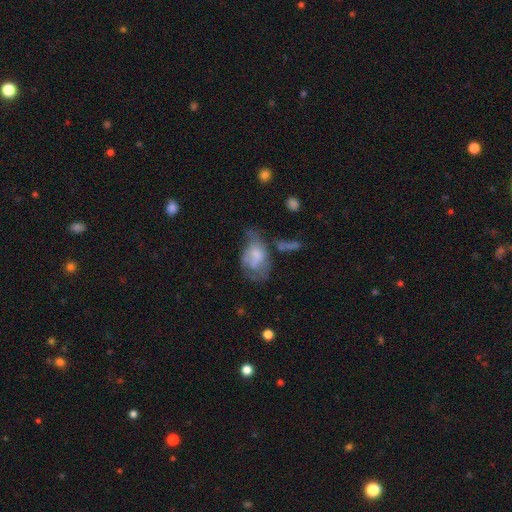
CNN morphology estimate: smooth-or-featured: smooth: 48% | featured or disk: 42% | star or artifact: 10%
  merging: major disturbance: 37% | minor disturbance: 25% | none: 24% | merger: 14%